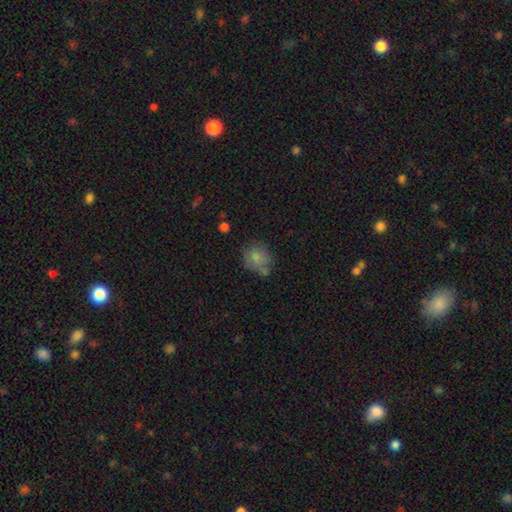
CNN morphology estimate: Smooth or featured? smooth (74%)
How rounded? round (78%)
Merging? none (70%)